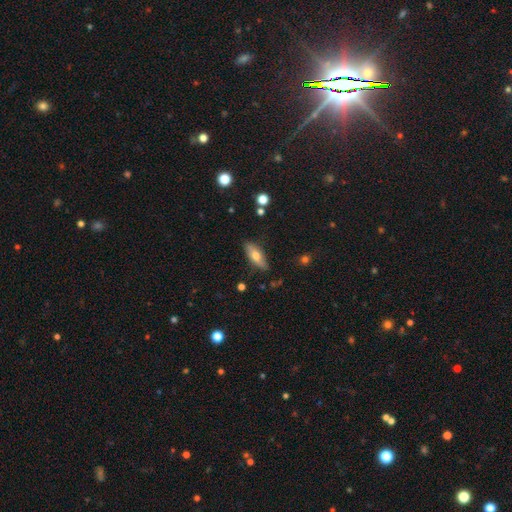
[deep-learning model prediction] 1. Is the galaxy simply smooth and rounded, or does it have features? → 62% smooth, 31% featured or disk, 7% star or artifact.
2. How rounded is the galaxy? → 67% in between, 30% cigar-shaped, 3% round.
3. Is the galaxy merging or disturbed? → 83% none, 13% minor disturbance, 2% major disturbance, 2% merger.